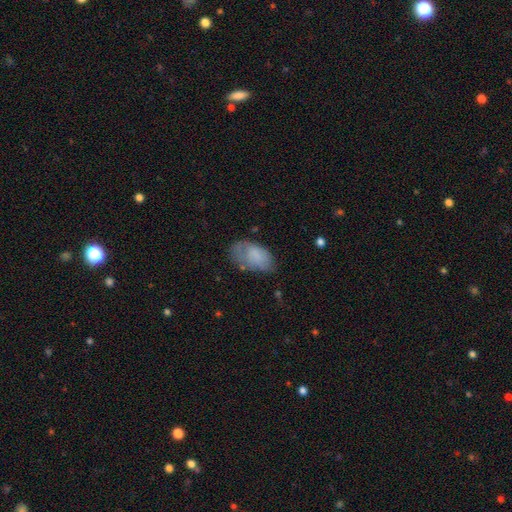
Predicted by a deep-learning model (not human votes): Smooth or featured? Predicted: smooth (p=0.74). How rounded? Predicted: in between (p=0.93). Merging? Predicted: none (p=0.49).